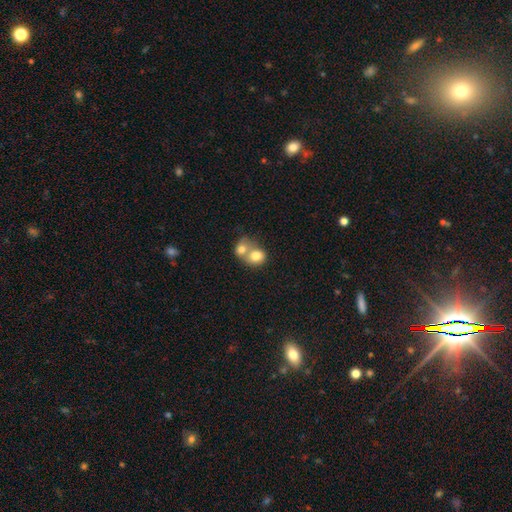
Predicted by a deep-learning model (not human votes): Smooth or featured: smooth — 74% (featured or disk — 17%)
How rounded: round — 63% (in between — 36%)
Merging: merger — 74% (none — 18%)